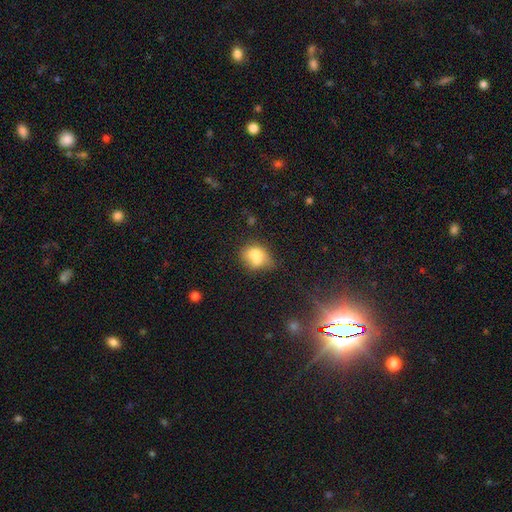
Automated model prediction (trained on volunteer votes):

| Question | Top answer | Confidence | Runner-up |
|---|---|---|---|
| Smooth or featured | smooth | 69% | featured or disk (21%) |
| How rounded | round | 50% | in between (49%) |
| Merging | merger | 50% | none (27%) |